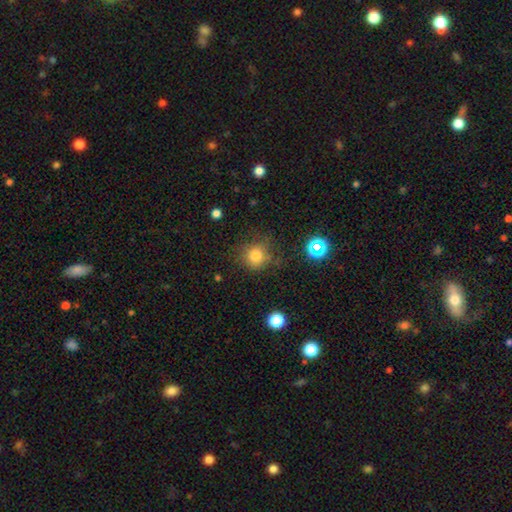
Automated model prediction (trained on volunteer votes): Smooth or featured?
  - smooth: 77% *
  - star or artifact: 16%
  - featured or disk: 7%
How rounded?
  - round: 90% *
  - in between: 10%
  - cigar-shaped: 1%
Merging?
  - none: 75% *
  - minor disturbance: 15%
  - major disturbance: 6%
  - merger: 3%